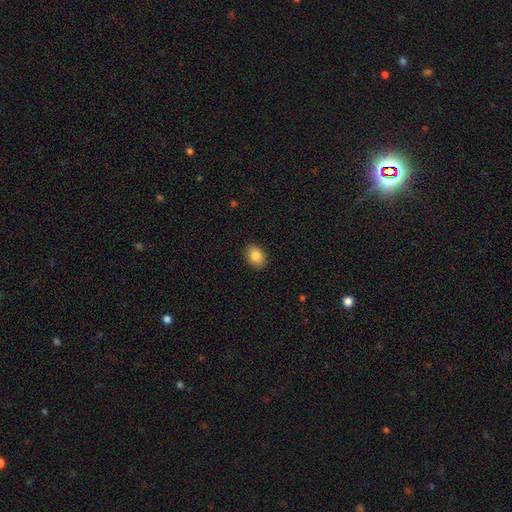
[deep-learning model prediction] Smooth or featured?
  - smooth: 85% *
  - star or artifact: 9%
  - featured or disk: 7%
How rounded?
  - in between: 59% *
  - round: 40%
  - cigar-shaped: 1%
Merging?
  - none: 89% *
  - minor disturbance: 8%
  - major disturbance: 2%
  - merger: 1%